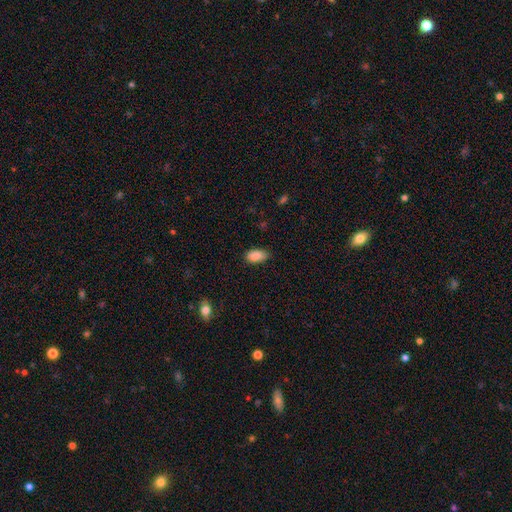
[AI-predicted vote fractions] The model was most divided on "merging": none: 75%, minor disturbance: 21%, major disturbance: 3%, merger: 1%. More confident: how rounded — in between (93%); smooth or featured — smooth (88%).